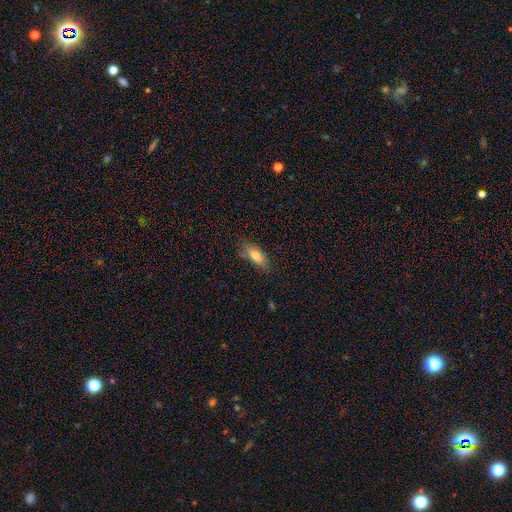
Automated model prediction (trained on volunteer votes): This is likely a smooth galaxy (79%). How rounded: clearly in between (80%). Merging: likely none (74%).